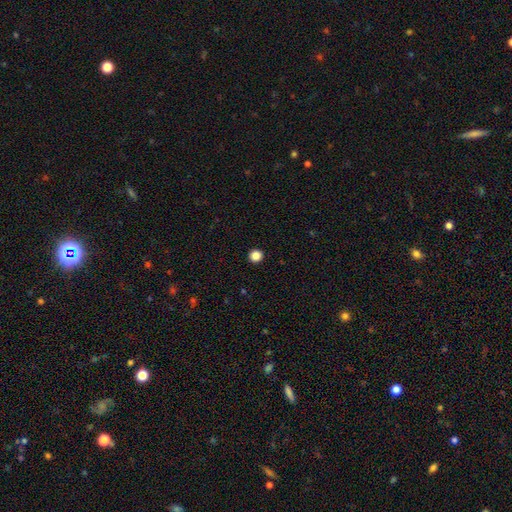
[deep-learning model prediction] Q: Smooth or featured?
A: smooth (86%); runner-up: star or artifact (11%)
Q: How rounded?
A: round (94%); runner-up: in between (5%)
Q: Merging?
A: none (94%); runner-up: minor disturbance (4%)